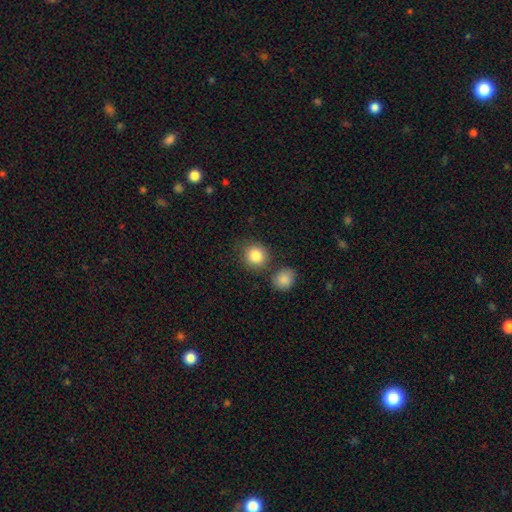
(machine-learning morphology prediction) smooth 86%, star or artifact 8%, featured or disk 6%. Down the decision tree: how rounded — round (88%); merging — none (73%).